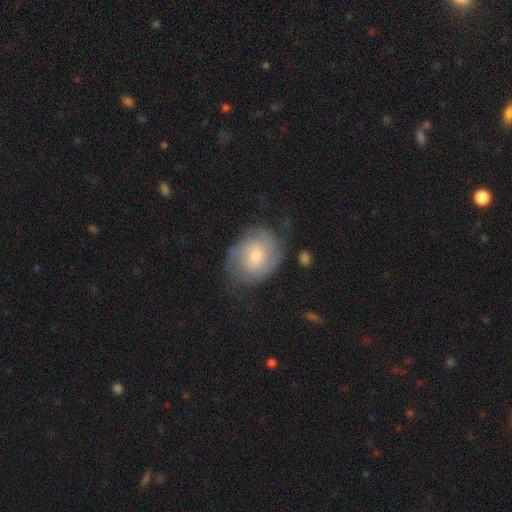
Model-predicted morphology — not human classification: Overall: featured or disk (58%; smooth 35%). Edge-on disk: no (97%). Bar: no (65%; weak 31%). Spiral arms: yes (85%). Bulge size: moderate (51%; small 38%). Merging: none (65%).